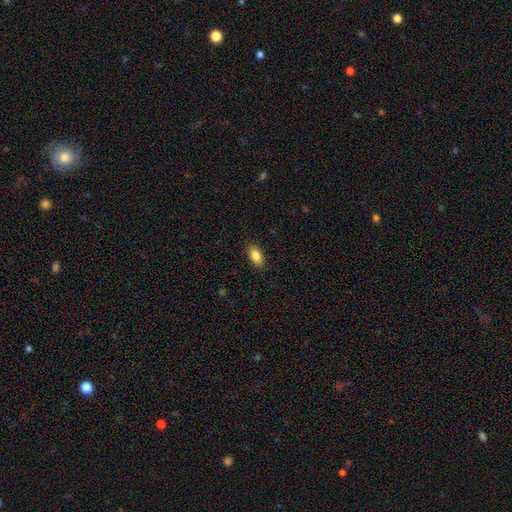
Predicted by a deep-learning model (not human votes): smooth-or-featured: smooth: 84% | featured or disk: 9% | star or artifact: 7%
  how-rounded: in between: 90% | cigar-shaped: 6% | round: 4%
  merging: none: 88% | minor disturbance: 9% | major disturbance: 2% | merger: 1%